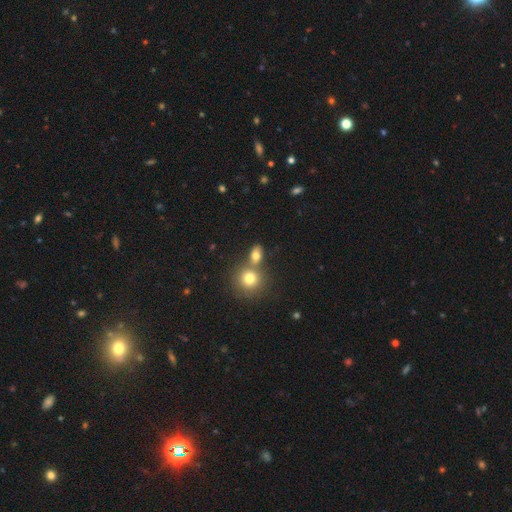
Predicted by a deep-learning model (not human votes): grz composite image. It shows a smooth galaxy with no disk features (76%) that is in between round and cigar-shaped (58%). Merging: none (49%).